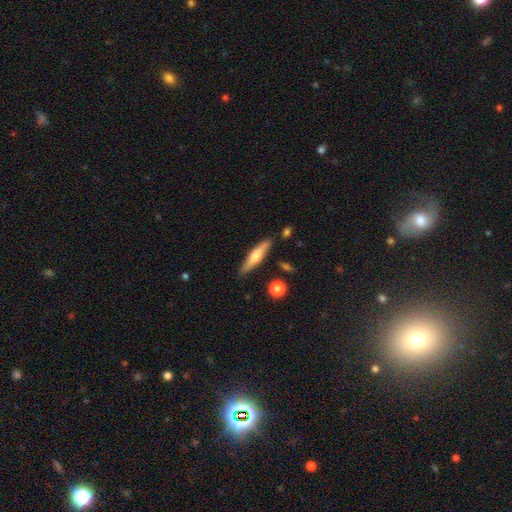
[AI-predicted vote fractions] Smooth or featured? smooth (53%)
How rounded? cigar-shaped (77%)
Merging? none (84%)